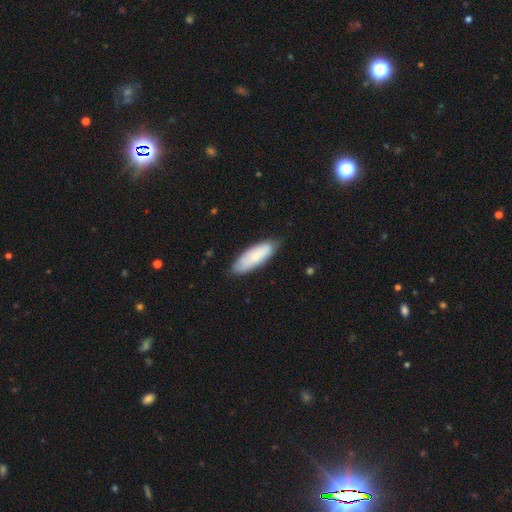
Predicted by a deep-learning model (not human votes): Morphology: type=smooth (76%); roundness=in between (67%); merging=none (78%).